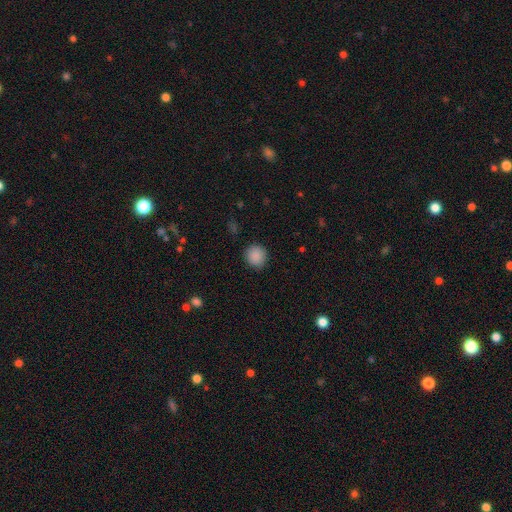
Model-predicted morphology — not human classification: type=smooth (89%); roundness=round (91%); merging=none (90%).